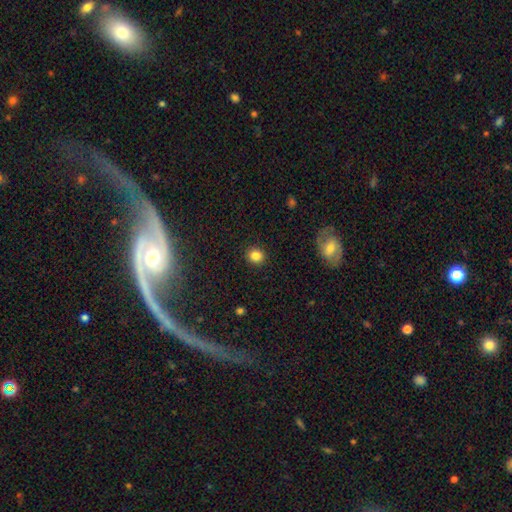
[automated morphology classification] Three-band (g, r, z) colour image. It shows a smooth galaxy with no disk features (84%) that is round (82%). Merging: none (91%).